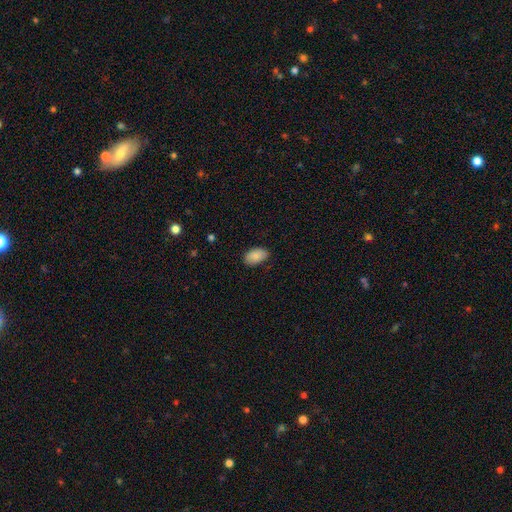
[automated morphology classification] type=smooth (87%); roundness=in between (93%); merging=none (82%).